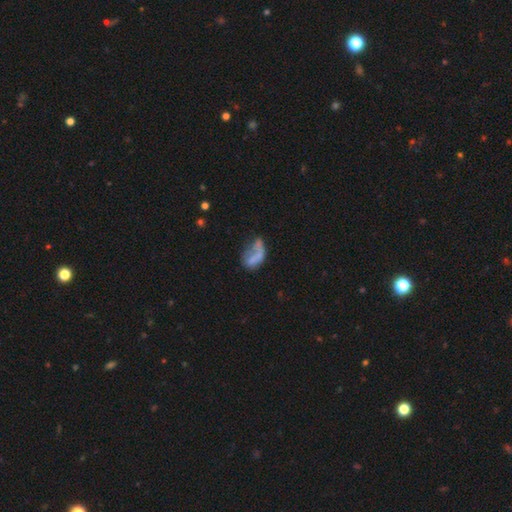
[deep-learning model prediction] This is possibly a smooth galaxy (53%). How rounded: clearly in between (88%). Merging: marginally major disturbance (40%).